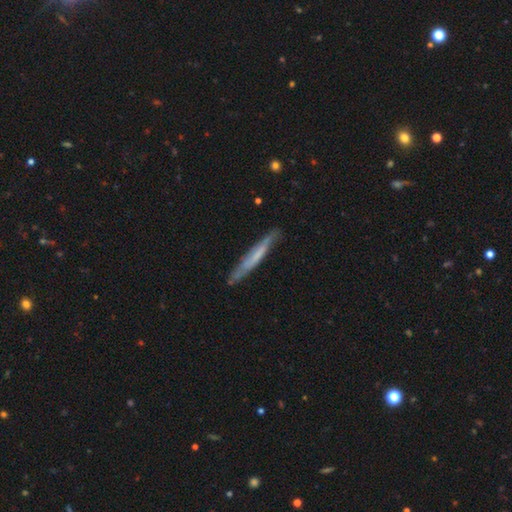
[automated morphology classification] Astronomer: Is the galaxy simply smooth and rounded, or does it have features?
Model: featured or disk — 48% (runner-up: smooth, 45%).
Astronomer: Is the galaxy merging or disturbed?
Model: none — 79%.